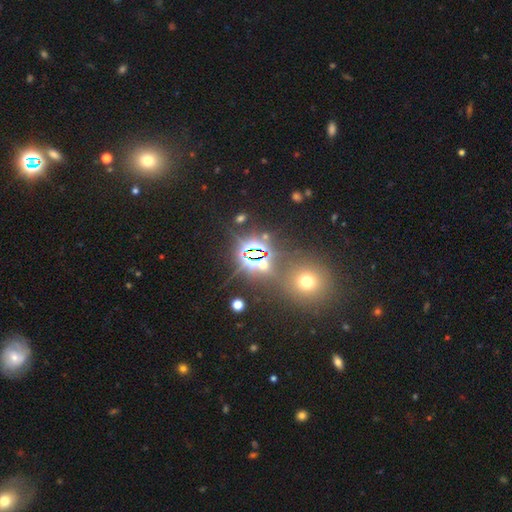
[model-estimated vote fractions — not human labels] Smooth or featured?
  - star or artifact: 78% *
  - smooth: 13%
  - featured or disk: 9%